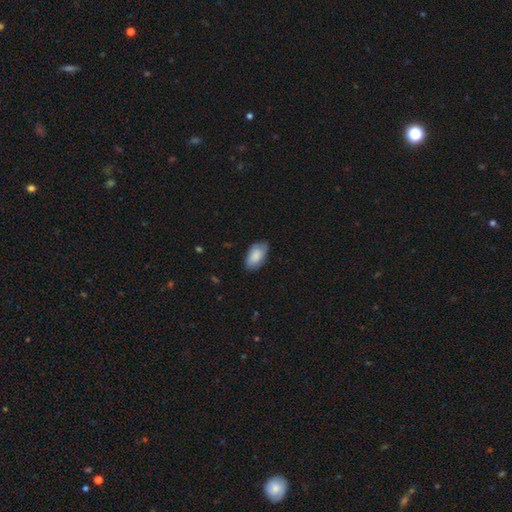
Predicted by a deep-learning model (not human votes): The model was most divided on "merging": none: 75%, minor disturbance: 20%, major disturbance: 4%, merger: 1%. More confident: how rounded — in between (95%); smooth or featured — smooth (81%).